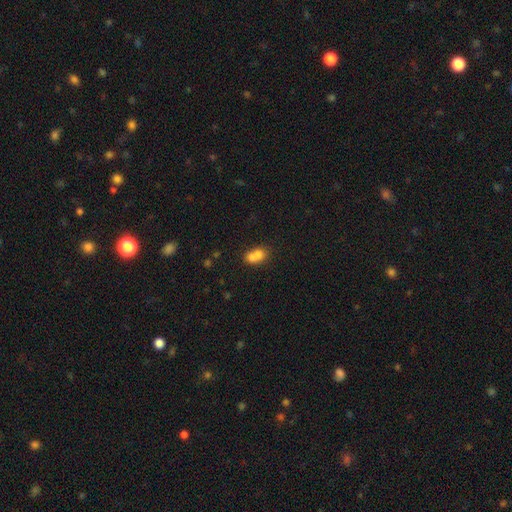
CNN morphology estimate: The model was most divided on "how rounded": in between: 52%, round: 46%, cigar-shaped: 2%. More confident: smooth or featured — smooth (71%); merging — merger (64%).